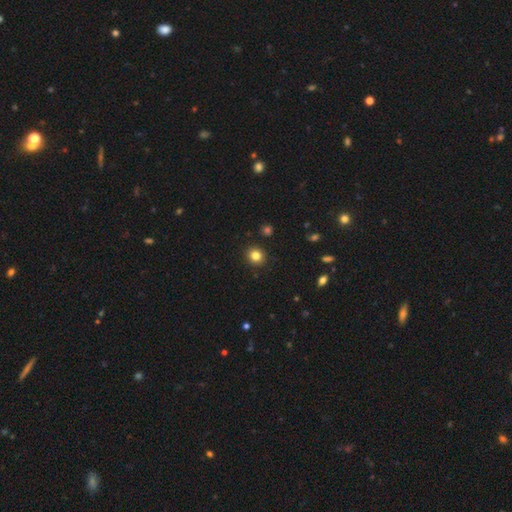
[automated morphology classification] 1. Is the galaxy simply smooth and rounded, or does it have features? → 83% smooth, 12% star or artifact, 5% featured or disk.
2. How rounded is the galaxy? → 84% round, 15% in between, 1% cigar-shaped.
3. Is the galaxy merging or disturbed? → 91% none, 5% minor disturbance, 2% major disturbance, 1% merger.